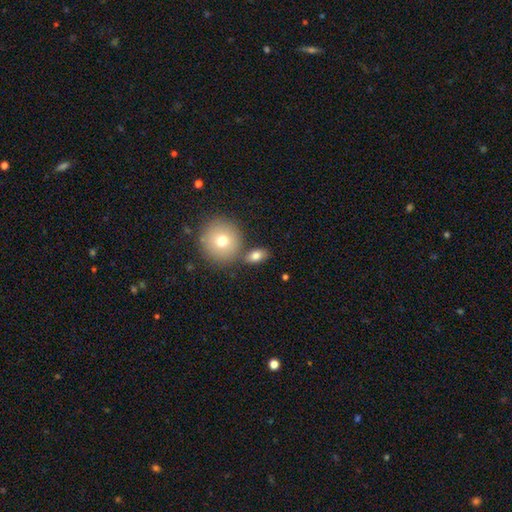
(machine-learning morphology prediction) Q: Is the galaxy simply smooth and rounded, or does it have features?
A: smooth — 78%.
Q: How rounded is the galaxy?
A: in between — 73%.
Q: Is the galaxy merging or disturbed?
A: none — 71%.